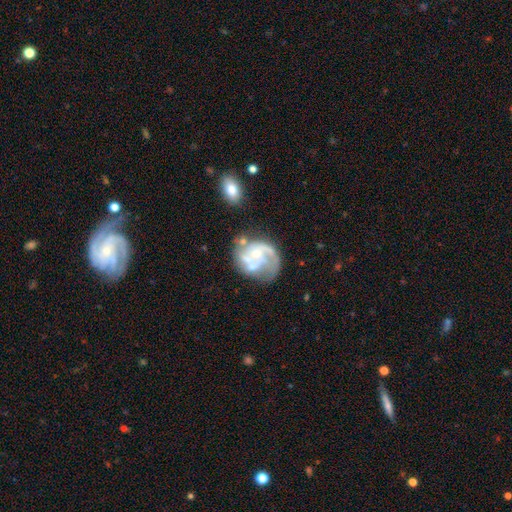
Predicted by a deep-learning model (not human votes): Smooth or featured: featured or disk — 78% (smooth — 15%)
Edge-on disk: no — 98% (yes — 2%)
Bar: no — 72% (weak — 23%)
Spiral arms: yes — 80% (no — 20%)
Spiral winding: medium — 45% (loose — 29%)
Spiral arm count: 2 — 46% (can't tell — 20%)
Bulge size: small — 53% (moderate — 36%)
Merging: none — 39% (major disturbance — 23%)